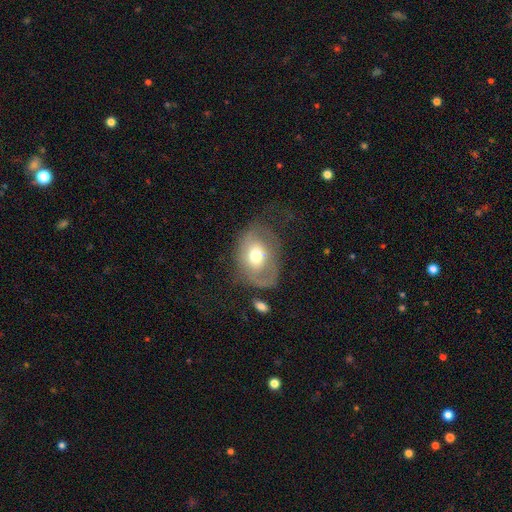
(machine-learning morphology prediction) smooth-or-featured: smooth: 47% | featured or disk: 46% | star or artifact: 8%
  merging: none: 44% | major disturbance: 28% | minor disturbance: 25% | merger: 4%